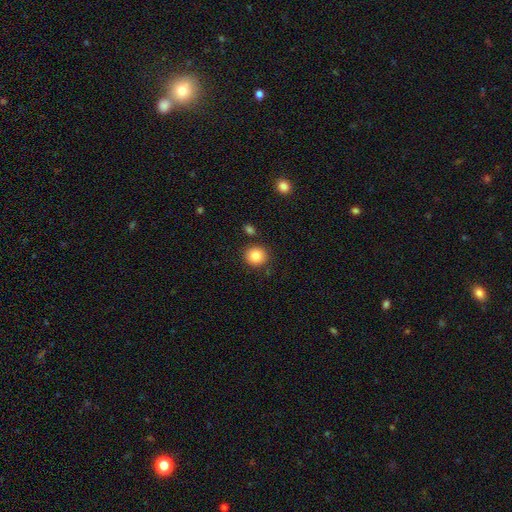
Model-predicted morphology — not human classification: smooth 85%, star or artifact 9%, featured or disk 6%. Down the decision tree: how rounded — round (88%); merging — none (85%).